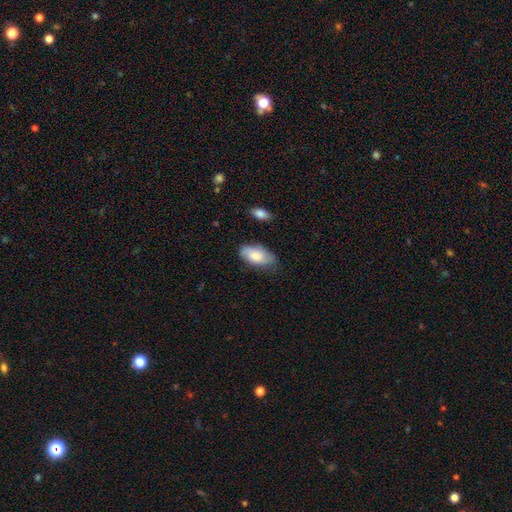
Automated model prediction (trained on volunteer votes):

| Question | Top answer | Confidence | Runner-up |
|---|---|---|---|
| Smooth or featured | smooth | 76% | featured or disk (18%) |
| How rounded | in between | 93% | cigar-shaped (4%) |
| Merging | none | 67% | minor disturbance (26%) |